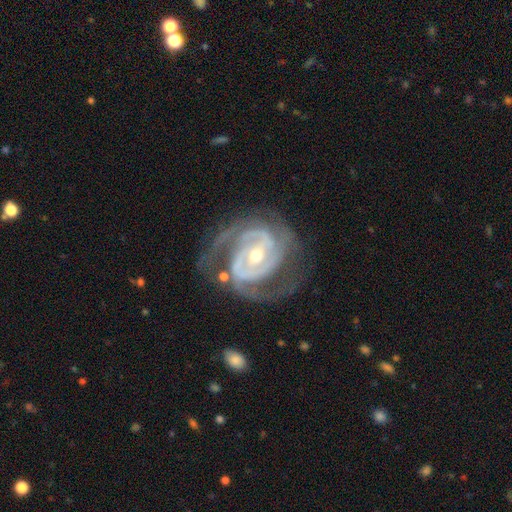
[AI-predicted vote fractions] A featured or disk galaxy (92%) with a weak bar (38%), 2 (53%) tight (55%) spiral arms (97%) and a small central bulge (49%).

Vote fractions:
- Smooth or featured? featured or disk: 92% / star or artifact: 4% / smooth: 4%
- Edge-on disk? no: 97% / yes: 3%
- Bar? weak: 38% / strong: 34% / no: 28%
- Spiral arms? yes: 97% / no: 3%
- Spiral winding? tight: 55% / medium: 38% / loose: 7%
- Spiral arm count? 2: 53% / 3: 24% / can't tell: 11% / 4: 5% / 1: 4% / more than 4: 3%
- Bulge size? small: 49% / moderate: 48% / large: 2% / none: 1% / dominant: 1%
- Merging? none: 64% / minor disturbance: 19% / major disturbance: 15% / merger: 2%